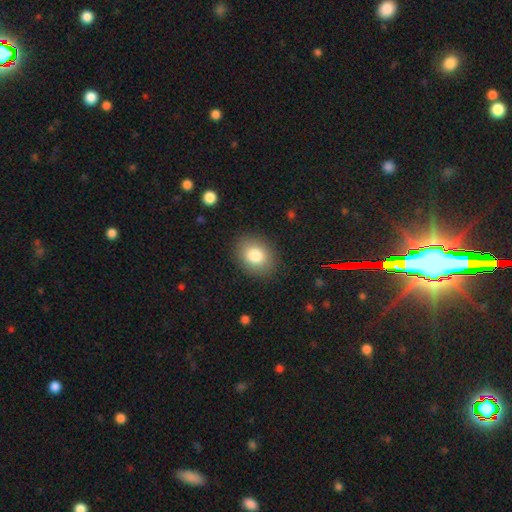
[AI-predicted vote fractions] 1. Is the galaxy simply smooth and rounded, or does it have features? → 79% smooth, 13% star or artifact, 9% featured or disk.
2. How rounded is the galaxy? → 55% in between, 44% round, 1% cigar-shaped.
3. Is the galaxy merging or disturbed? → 89% none, 7% minor disturbance, 2% major disturbance, 1% merger.